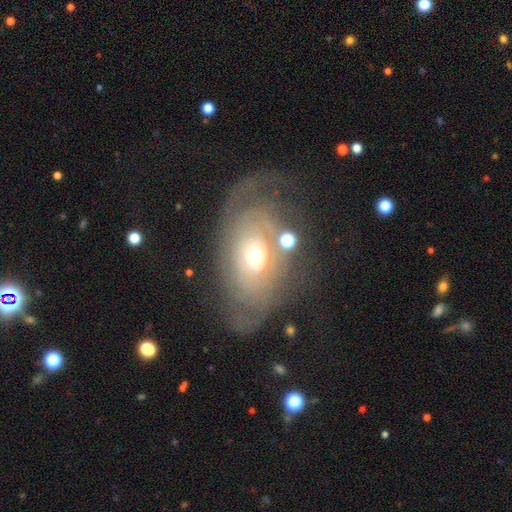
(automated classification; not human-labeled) This appears to be a featured or disk galaxy (74%) with no bar (81%), tight (67%) spiral arms (77%) and a moderate central bulge (55%). Merging: none (57%).